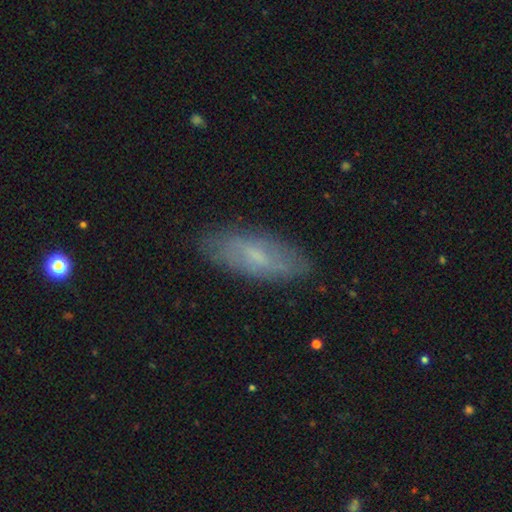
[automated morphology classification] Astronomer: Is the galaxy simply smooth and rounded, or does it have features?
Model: smooth — 48% (runner-up: featured or disk, 44%).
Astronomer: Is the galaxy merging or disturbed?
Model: none — 81%.